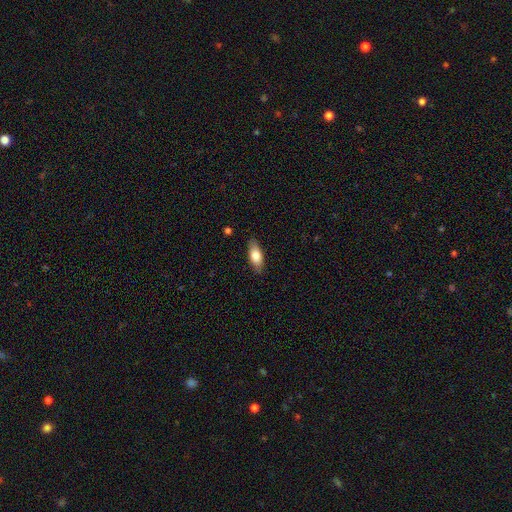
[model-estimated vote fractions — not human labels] A smooth galaxy with no disk features (77%) that is in between round and cigar-shaped (80%).

Vote fractions:
- Smooth or featured? smooth: 77% / featured or disk: 17% / star or artifact: 6%
- How rounded? in between: 80% / cigar-shaped: 17% / round: 2%
- Merging? none: 85% / minor disturbance: 11% / major disturbance: 2% / merger: 1%